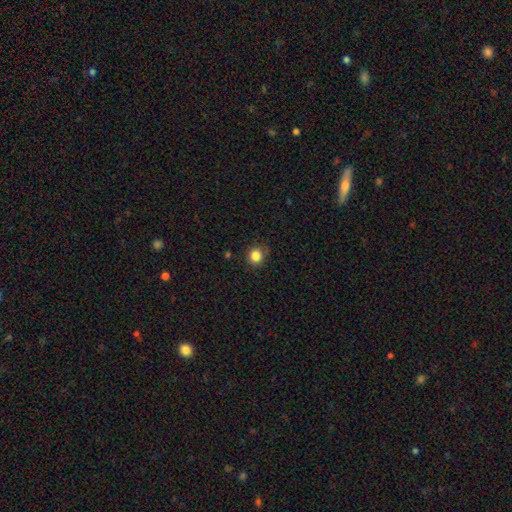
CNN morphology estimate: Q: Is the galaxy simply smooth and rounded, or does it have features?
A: smooth — 84%.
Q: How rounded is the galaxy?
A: round — 87%.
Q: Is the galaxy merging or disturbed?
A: none — 85%.